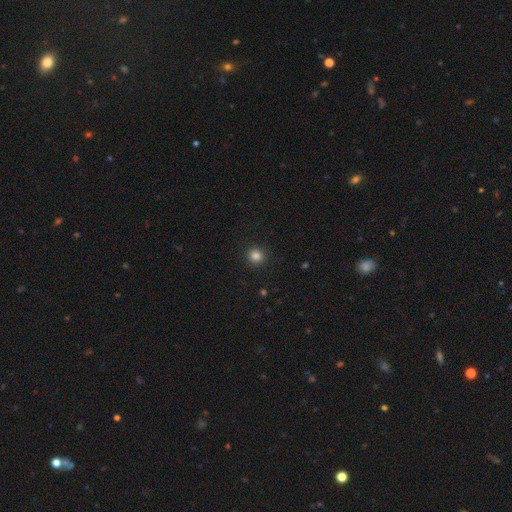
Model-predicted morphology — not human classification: A smooth galaxy with no disk features (84%) that is round (93%). Merging: none (92%).